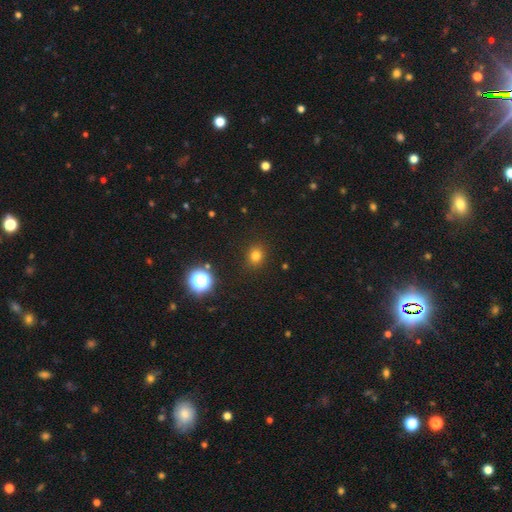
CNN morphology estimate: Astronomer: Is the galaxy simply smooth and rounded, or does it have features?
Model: smooth — 77%.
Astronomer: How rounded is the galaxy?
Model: round — 77%.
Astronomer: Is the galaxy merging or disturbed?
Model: none — 89%.